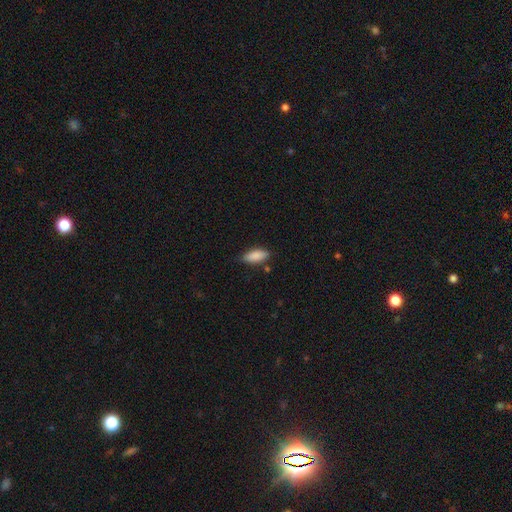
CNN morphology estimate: Smooth or featured? smooth (88%)
How rounded? in between (81%)
Merging? none (81%)